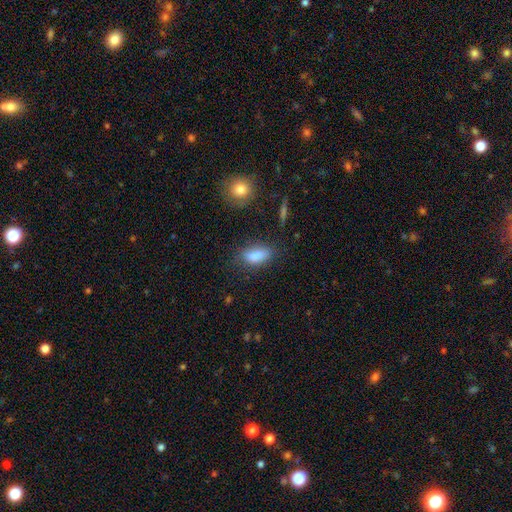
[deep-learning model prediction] This appears to be a smooth galaxy with no disk features (84%) that is in between round and cigar-shaped (84%). Merging: none (68%).